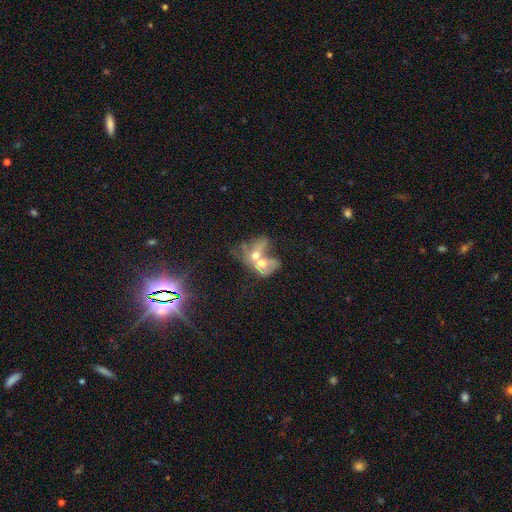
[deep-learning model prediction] smooth_or_featured: smooth (p=0.47) [alt: featured or disk p=0.42]
merging: merger (p=0.79) [alt: major disturbance p=0.09]